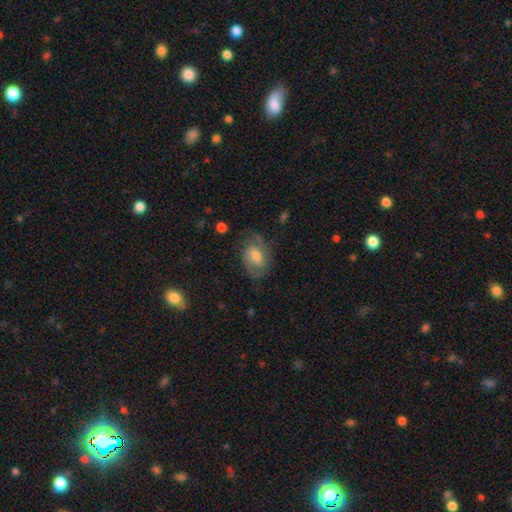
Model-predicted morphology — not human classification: featured or disk 58%, smooth 34%, star or artifact 9%. Down the decision tree: edge-on disk — no (96%); bar — weak (44%, tied with no); spiral arms — yes (84%); bulge size — moderate (54%); merging — none (70%).